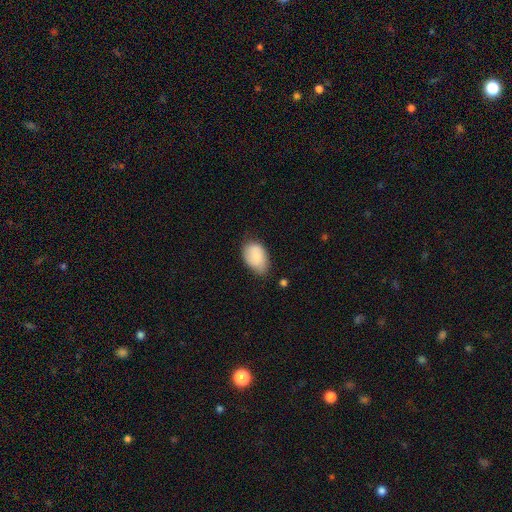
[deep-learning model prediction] A smooth galaxy with no disk features (82%) that is in between round and cigar-shaped (89%). Merging: none (57%).